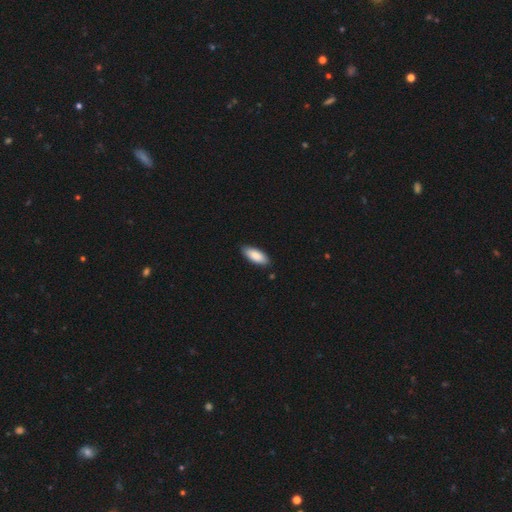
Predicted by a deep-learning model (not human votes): Overall: smooth (88%). How rounded: in between (77%). Merging: none (87%).